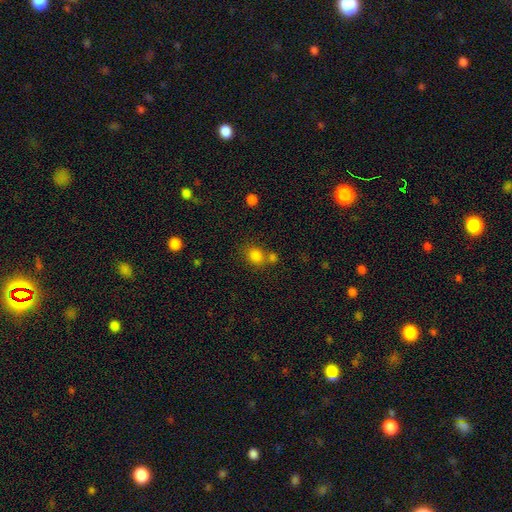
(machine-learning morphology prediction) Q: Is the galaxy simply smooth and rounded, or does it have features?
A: smooth — 81%.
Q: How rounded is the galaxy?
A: round — 67%.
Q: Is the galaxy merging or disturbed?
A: none — 57%.